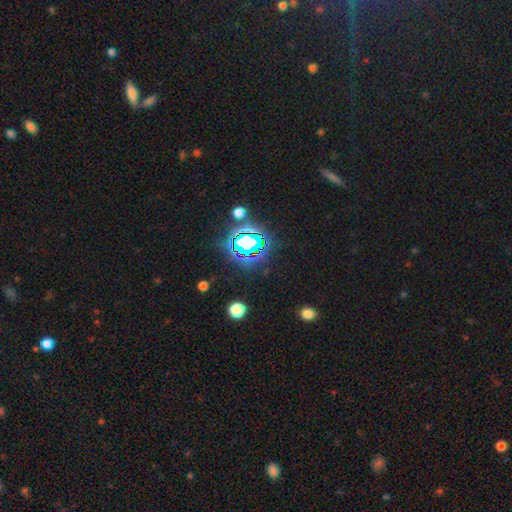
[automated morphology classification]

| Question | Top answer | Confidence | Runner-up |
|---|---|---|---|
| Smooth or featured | star or artifact | 81% | smooth (11%) |